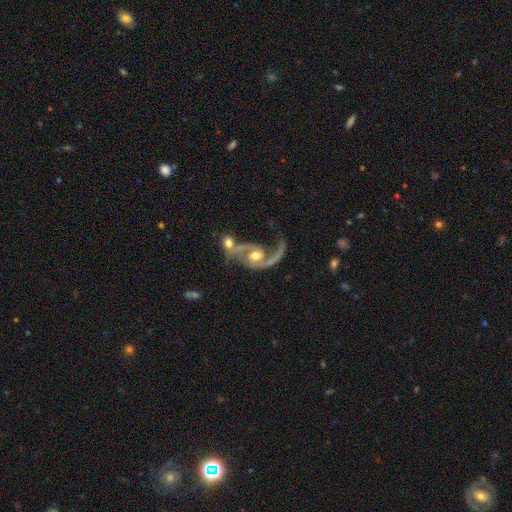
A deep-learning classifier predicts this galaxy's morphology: Smooth or featured? featured or disk (89%)
Edge-on disk? no (97%)
Bar? no (54%)
Spiral arms? yes (96%)
Spiral winding? loose (49%)
Spiral arm count? 2 (84%)
Bulge size? moderate (72%)
Merging? merger (37%)